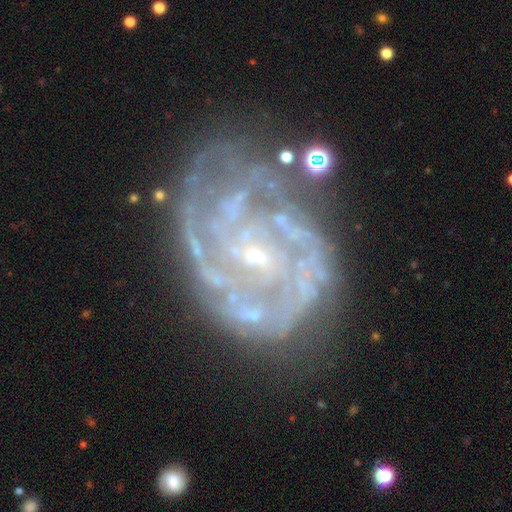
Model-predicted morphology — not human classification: This appears to be a featured or disk galaxy (88%) with no bar (59%), tight (64%) spiral arms (95%) and a small central bulge (80%). Merging: none (62%).